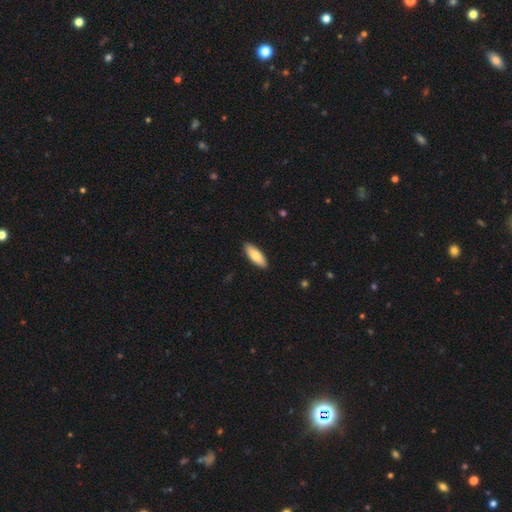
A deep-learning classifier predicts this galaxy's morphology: Smooth or featured? smooth (81%)
How rounded? in between (68%)
Merging? none (90%)